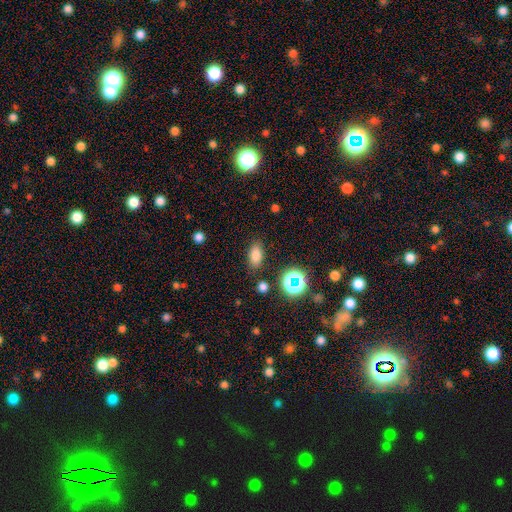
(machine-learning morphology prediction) Overall: smooth (76%). How rounded: in between (85%). Merging: none (84%).